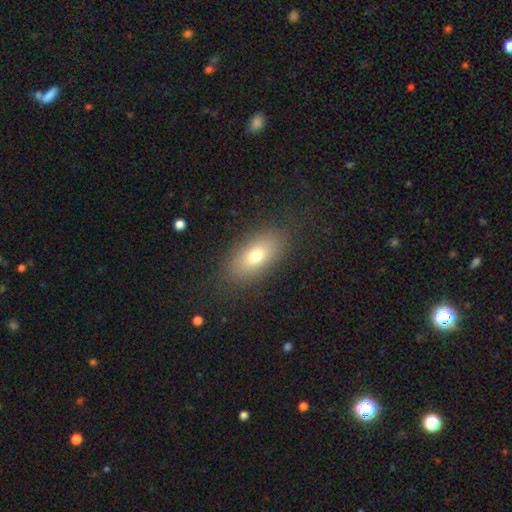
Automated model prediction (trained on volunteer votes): smooth_or_featured: smooth (p=0.74) [alt: featured or disk p=0.17]
how_rounded: in between (p=0.86) [alt: cigar-shaped p=0.08]
merging: none (p=0.85) [alt: minor disturbance p=0.10]